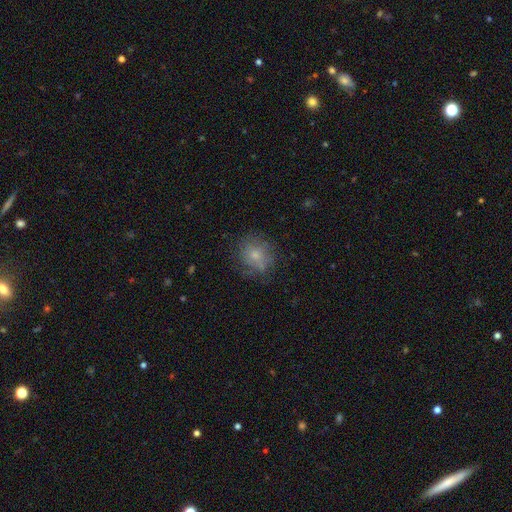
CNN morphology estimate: The model was most divided on "smooth or featured": smooth: 65%, featured or disk: 24%, star or artifact: 11%. More confident: how rounded — round (78%); merging — none (69%).